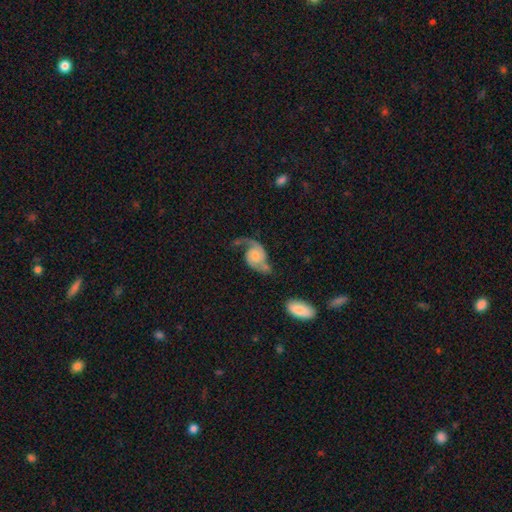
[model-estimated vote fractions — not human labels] Smooth or featured? Predicted: featured or disk (p=0.84). Edge-on disk? Predicted: no (p=0.98). Bar? Predicted: no (p=0.67). Spiral arms? Predicted: yes (p=0.96). Spiral winding? Predicted: loose (p=0.50). Spiral arm count? Predicted: 2 (p=0.87). Bulge size? Predicted: small (p=0.43). Merging? Predicted: none (p=0.48).